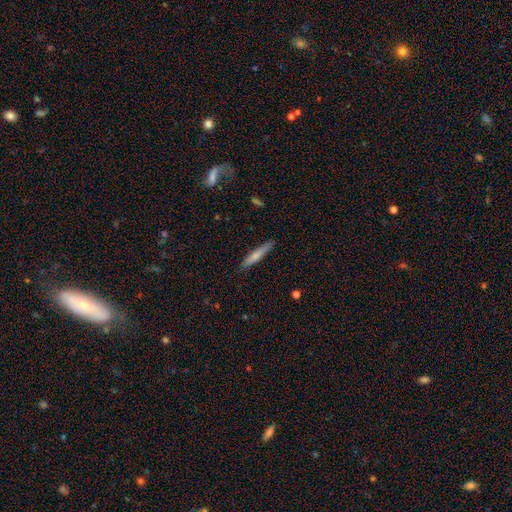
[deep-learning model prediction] A smooth galaxy with no disk features (68%) that is cigar-shaped (93%). Merging: none (87%).